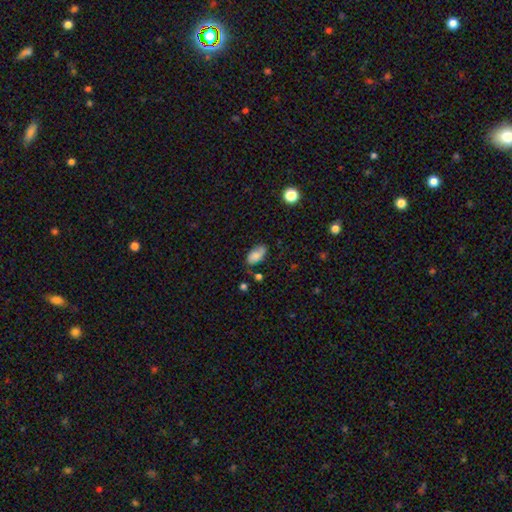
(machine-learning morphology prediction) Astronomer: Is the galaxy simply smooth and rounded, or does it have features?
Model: smooth — 76%.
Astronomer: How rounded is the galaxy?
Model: in between — 93%.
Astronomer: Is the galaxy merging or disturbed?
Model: none — 65%.